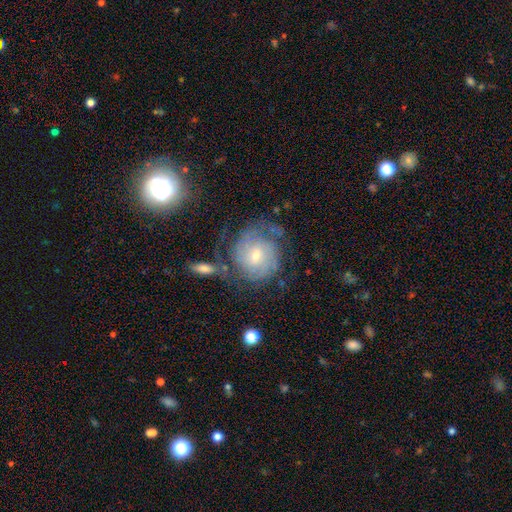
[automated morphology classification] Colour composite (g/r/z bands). It shows a featured or disk galaxy (73%) with no bar (62%), tight (65%) spiral arms (91%) and a small central bulge (62%). Merging: none (60%).